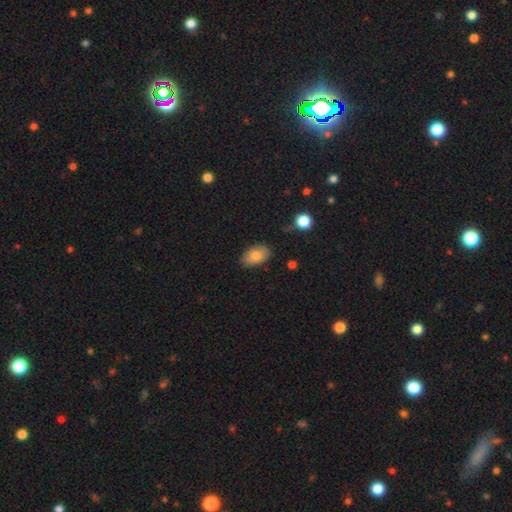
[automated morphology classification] Smooth or featured? smooth (80%)
How rounded? in between (90%)
Merging? none (78%)